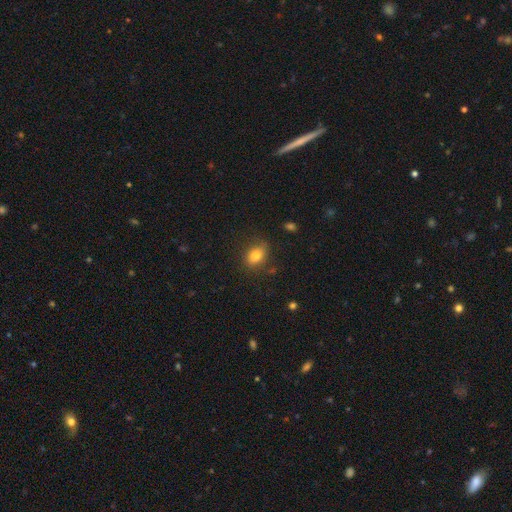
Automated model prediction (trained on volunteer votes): A smooth galaxy with no disk features (80%) that is in between round and cigar-shaped (72%). Merging: none (76%).